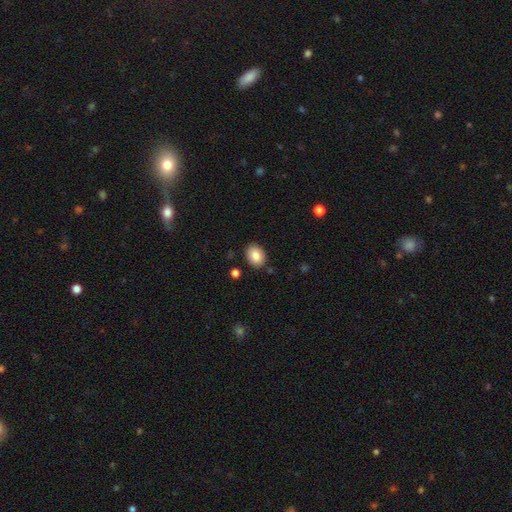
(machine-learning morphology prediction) Smooth or featured? smooth (86%)
How rounded? in between (69%)
Merging? none (86%)